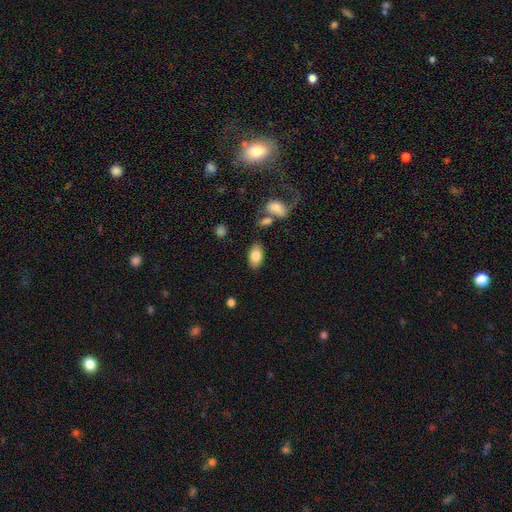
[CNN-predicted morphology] A smooth galaxy with no disk features (79%) that is in between round and cigar-shaped (92%).

Vote fractions:
- Smooth or featured? smooth: 79% / featured or disk: 13% / star or artifact: 7%
- How rounded? in between: 92% / round: 6% / cigar-shaped: 2%
- Merging? none: 82% / minor disturbance: 11% / merger: 4% / major disturbance: 3%